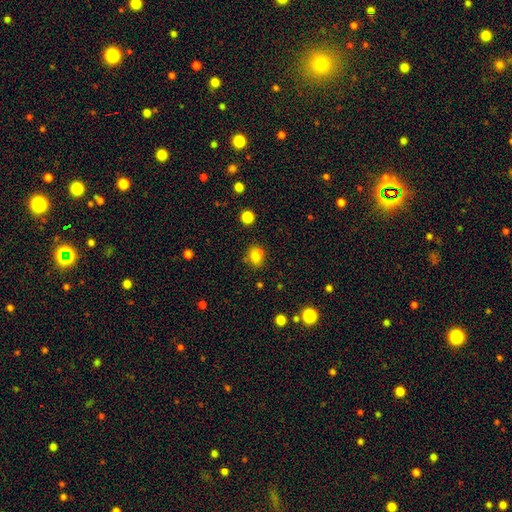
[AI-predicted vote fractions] smooth_or_featured: smooth (p=0.79) [alt: star or artifact p=0.13]
how_rounded: round (p=0.56) [alt: in between p=0.43]
merging: none (p=0.69) [alt: minor disturbance p=0.17]